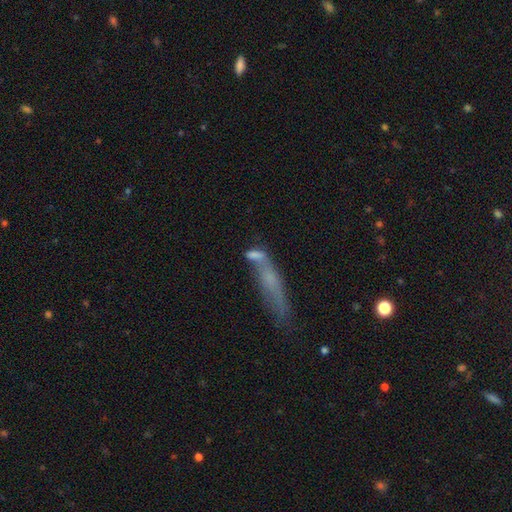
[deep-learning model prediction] Overall: smooth (56%; featured or disk 32%). How rounded: cigar-shaped (62%; in between 32%). Merging: merger (44%; none 24%).